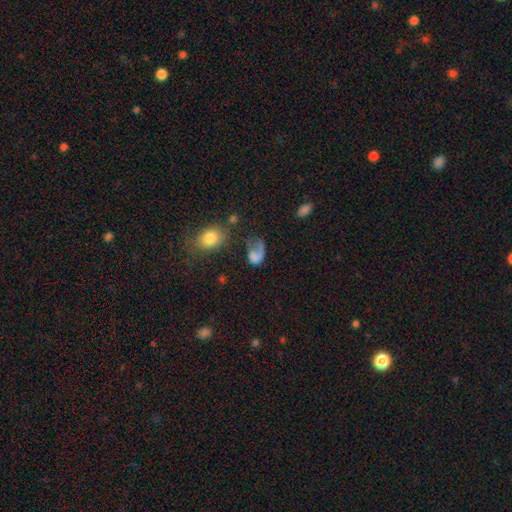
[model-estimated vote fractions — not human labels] Smooth or featured?
  - smooth: 54% *
  - featured or disk: 33%
  - star or artifact: 13%
How rounded?
  - in between: 73% *
  - round: 24%
  - cigar-shaped: 3%
Merging?
  - major disturbance: 49% *
  - none: 24%
  - minor disturbance: 17%
  - merger: 10%